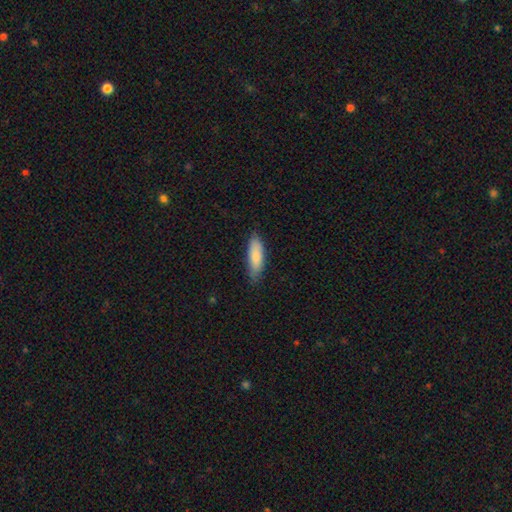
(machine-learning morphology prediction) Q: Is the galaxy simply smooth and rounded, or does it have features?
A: smooth — 85%.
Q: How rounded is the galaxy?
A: in between — 57%.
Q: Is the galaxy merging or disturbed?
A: none — 79%.